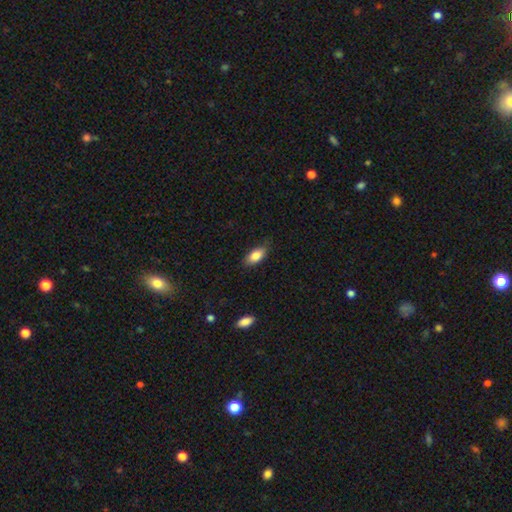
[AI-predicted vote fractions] smooth-or-featured: smooth: 83% | featured or disk: 10% | star or artifact: 7%
  how-rounded: in between: 88% | cigar-shaped: 8% | round: 4%
  merging: none: 78% | minor disturbance: 17% | major disturbance: 3% | merger: 1%